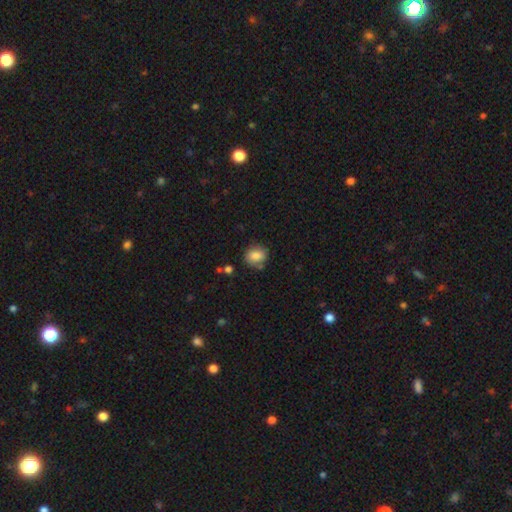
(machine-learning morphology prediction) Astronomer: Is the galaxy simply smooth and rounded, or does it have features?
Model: smooth — 82%.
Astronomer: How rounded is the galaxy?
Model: round — 56% (runner-up: in between, 43%).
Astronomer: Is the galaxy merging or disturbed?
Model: none — 75%.